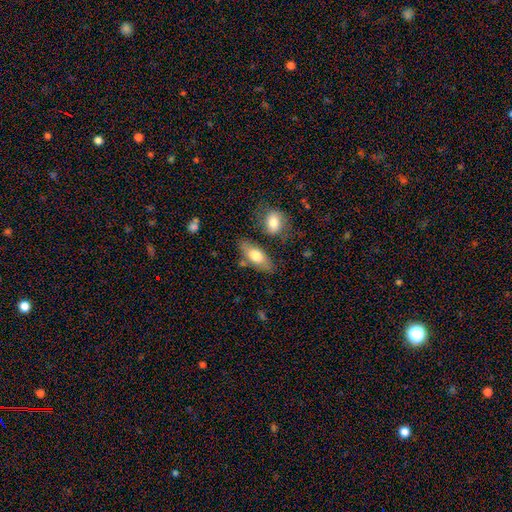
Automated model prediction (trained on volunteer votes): smooth-or-featured: smooth: 71% | featured or disk: 23% | star or artifact: 6%
  how-rounded: in between: 77% | cigar-shaped: 19% | round: 4%
  merging: none: 71% | minor disturbance: 16% | merger: 9% | major disturbance: 4%